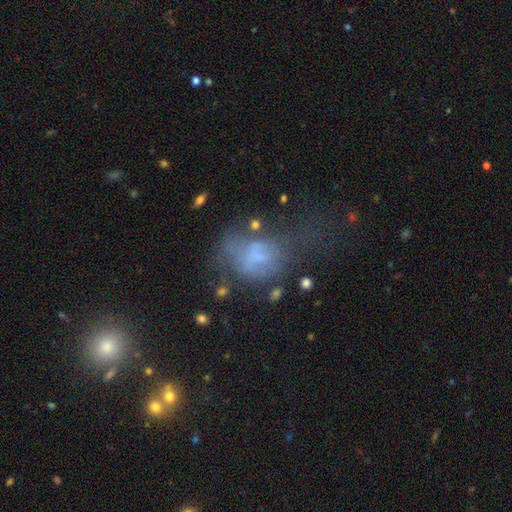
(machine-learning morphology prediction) Smooth or featured? smooth (49%)
Merging? major disturbance (46%)